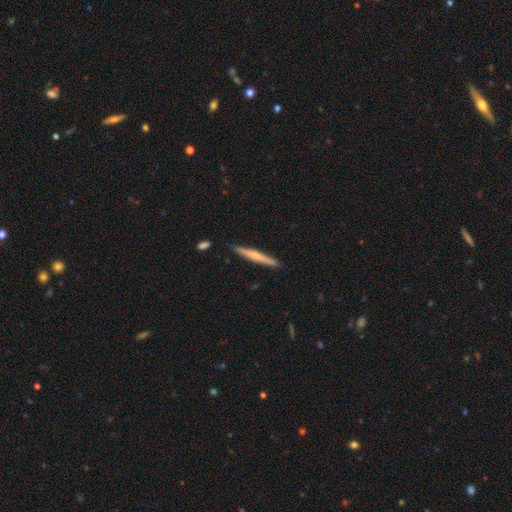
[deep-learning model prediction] smooth-or-featured: smooth: 49% | featured or disk: 46% | star or artifact: 5%
  merging: none: 90% | minor disturbance: 7% | merger: 2% | major disturbance: 1%